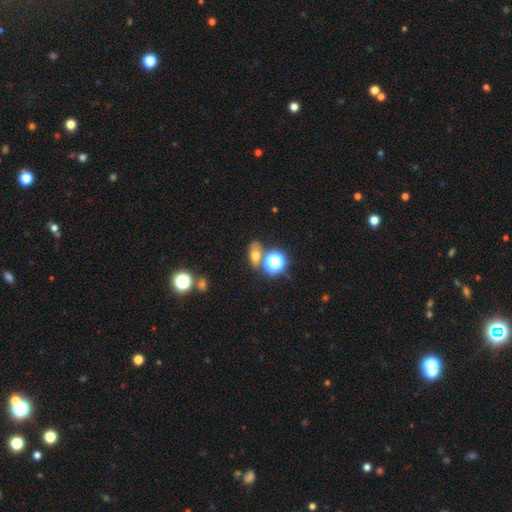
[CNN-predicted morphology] This is likely a smooth galaxy (61%). How rounded: likely in between (69%). Merging: likely none (66%).